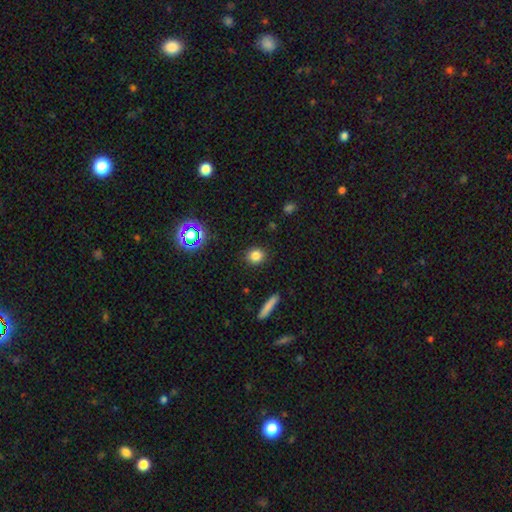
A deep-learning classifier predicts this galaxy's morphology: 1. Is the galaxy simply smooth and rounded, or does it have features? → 81% smooth, 13% star or artifact, 6% featured or disk.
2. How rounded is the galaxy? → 79% round, 19% in between, 2% cigar-shaped.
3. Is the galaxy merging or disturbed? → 89% none, 7% minor disturbance, 2% major disturbance, 1% merger.